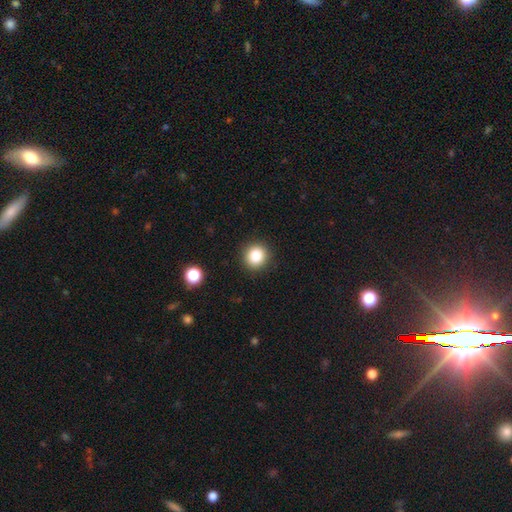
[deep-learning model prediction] smooth_or_featured: smooth (p=0.84) [alt: star or artifact p=0.11]
how_rounded: round (p=0.91) [alt: in between p=0.08]
merging: none (p=0.91) [alt: minor disturbance p=0.06]